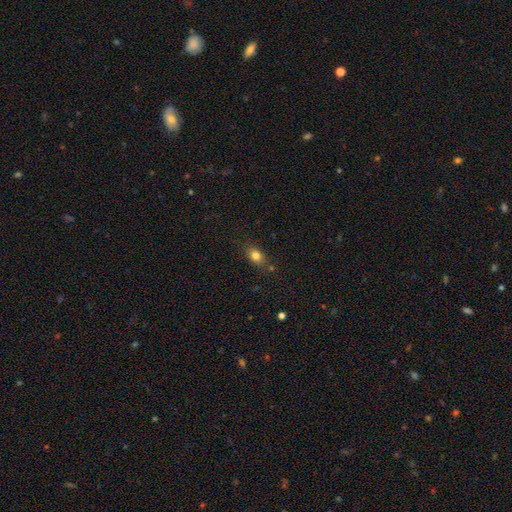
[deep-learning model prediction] A smooth galaxy with no disk features (81%) that is in between round and cigar-shaped (78%).

Vote fractions:
- Smooth or featured? smooth: 81% / star or artifact: 10% / featured or disk: 8%
- How rounded? in between: 78% / round: 19% / cigar-shaped: 4%
- Merging? none: 77% / minor disturbance: 15% / merger: 5% / major disturbance: 4%